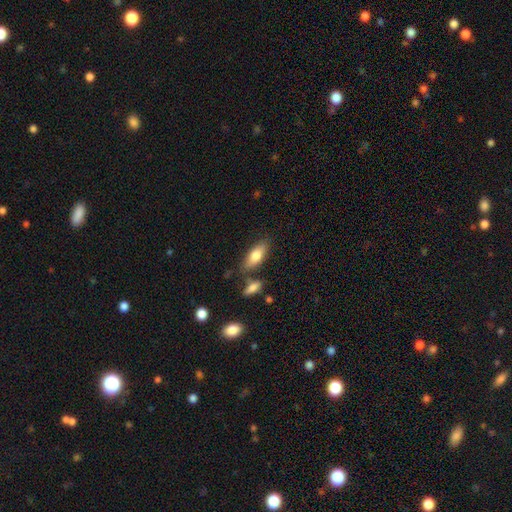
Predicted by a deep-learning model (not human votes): smooth 79%, featured or disk 15%, star or artifact 6%. Down the decision tree: how rounded — in between (79%); merging — none (75%).